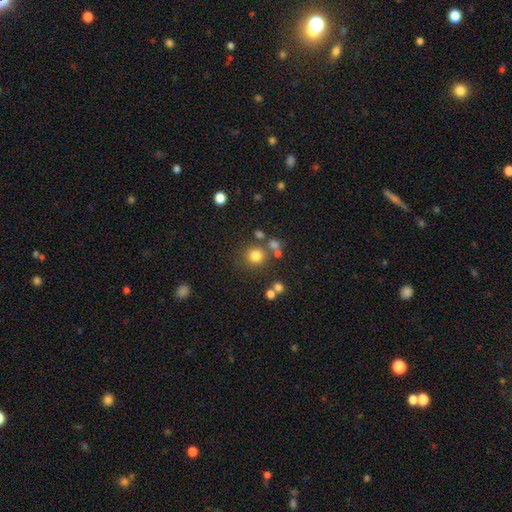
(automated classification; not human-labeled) smooth-or-featured: smooth: 76% | star or artifact: 16% | featured or disk: 8%
  how-rounded: round: 91% | in between: 8% | cigar-shaped: 1%
  merging: none: 73% | merger: 12% | minor disturbance: 10% | major disturbance: 5%